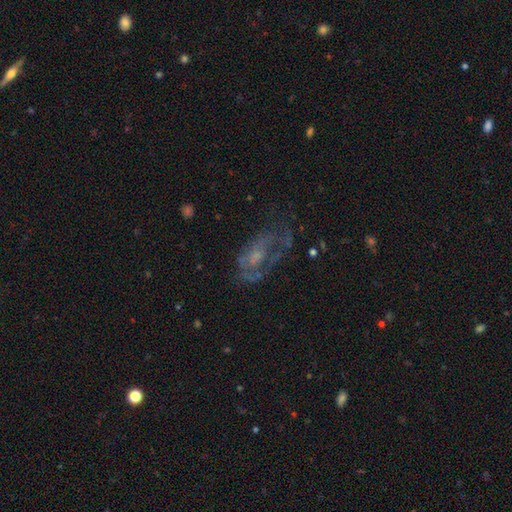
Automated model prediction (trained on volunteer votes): The model was most divided on "spiral arms": no: 53%, yes: 47%. Remaining: edge-on disk — no (94%); bar — no (76%); smooth or featured — featured or disk (62%); merging — none (42%); bulge size — small (42%).